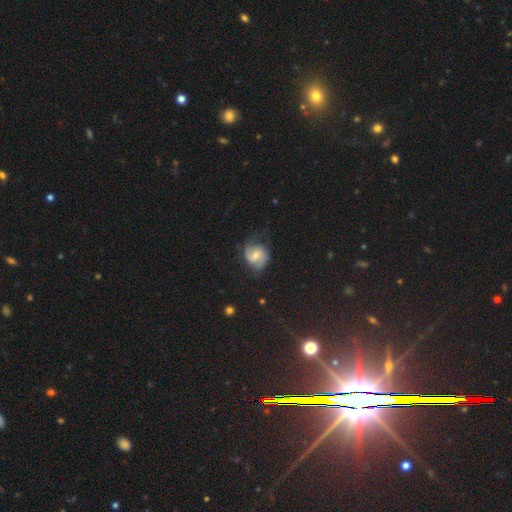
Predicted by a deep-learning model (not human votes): Smooth or featured? featured or disk (67%)
Edge-on disk? no (98%)
Bar? weak (51%)
Spiral arms? yes (93%)
Spiral winding? medium (47%)
Spiral arm count? 2 (85%)
Bulge size? moderate (48%)
Merging? none (70%)